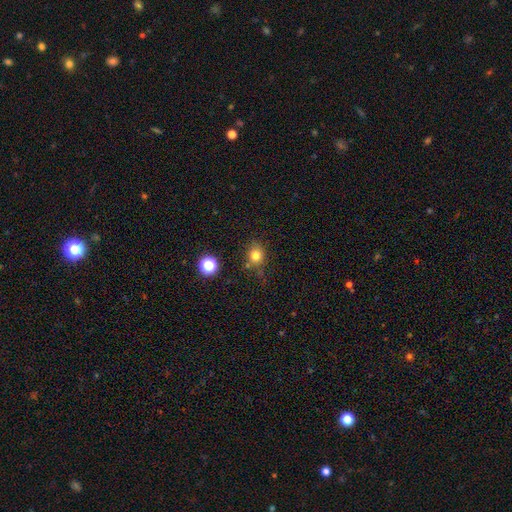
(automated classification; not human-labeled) Overall: smooth (78%). How rounded: round (72%). Merging: none (73%).